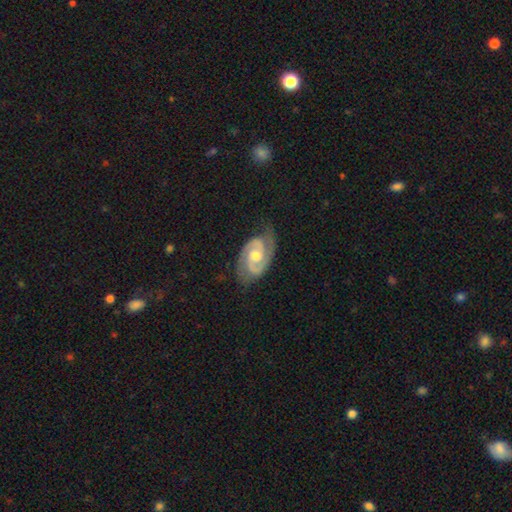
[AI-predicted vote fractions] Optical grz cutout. It shows a featured or disk galaxy (89%) with no bar (57%), 2 (92%) medium (47%) spiral arms (97%) and a moderate central bulge (75%). Merging: none (74%).